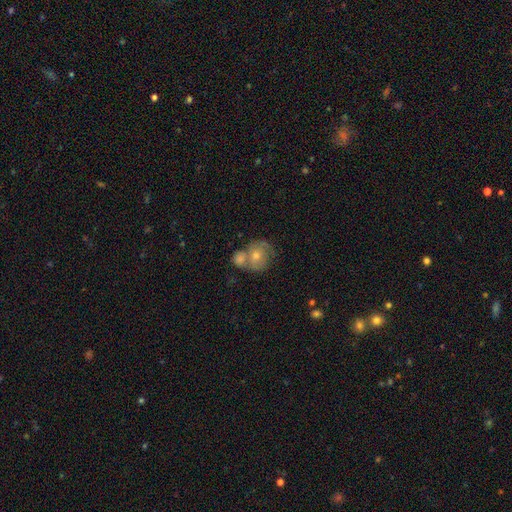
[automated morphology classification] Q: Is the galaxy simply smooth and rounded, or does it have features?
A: featured or disk — 50%.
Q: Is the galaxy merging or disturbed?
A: none — 42%.